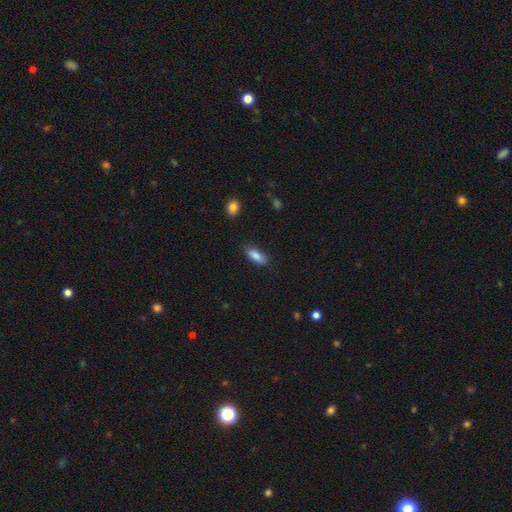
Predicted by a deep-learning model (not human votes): A smooth galaxy with no disk features (85%) that is in between round and cigar-shaped (78%). Merging: none (79%).